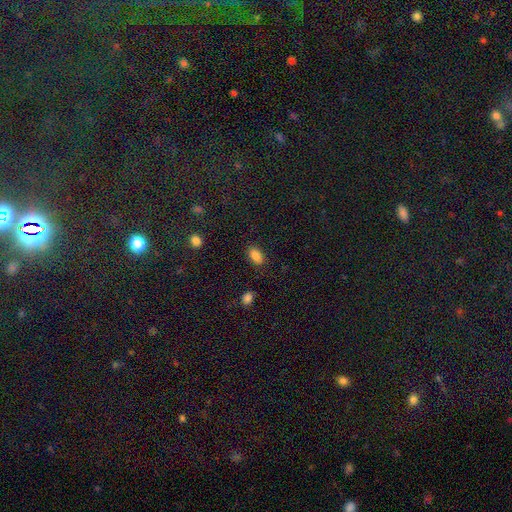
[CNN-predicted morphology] Smooth or featured? smooth (85%)
How rounded? in between (90%)
Merging? none (85%)